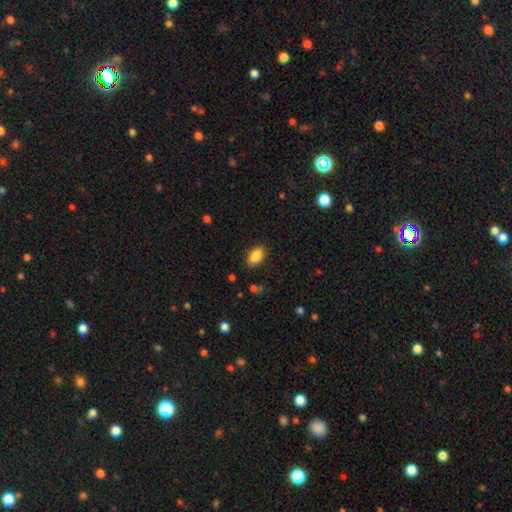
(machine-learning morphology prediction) A smooth galaxy with no disk features (88%) that is in between round and cigar-shaped (92%).

Vote fractions:
- Smooth or featured? smooth: 88% / star or artifact: 8% / featured or disk: 5%
- How rounded? in between: 92% / round: 7% / cigar-shaped: 2%
- Merging? none: 85% / minor disturbance: 11% / major disturbance: 3% / merger: 1%